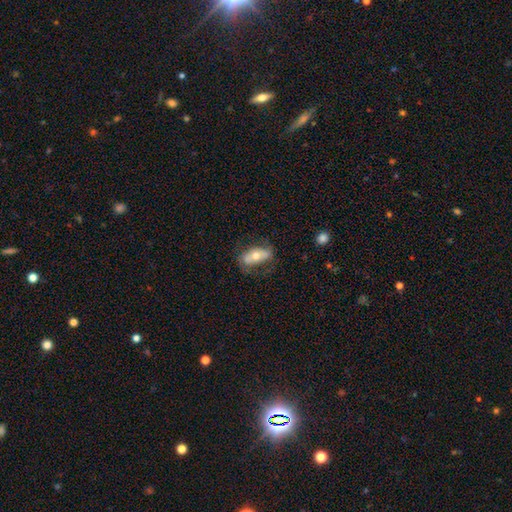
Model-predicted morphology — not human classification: Q: Smooth or featured?
A: smooth (57%); runner-up: featured or disk (37%)
Q: How rounded?
A: in between (86%); runner-up: cigar-shaped (10%)
Q: Merging?
A: none (66%); runner-up: minor disturbance (22%)